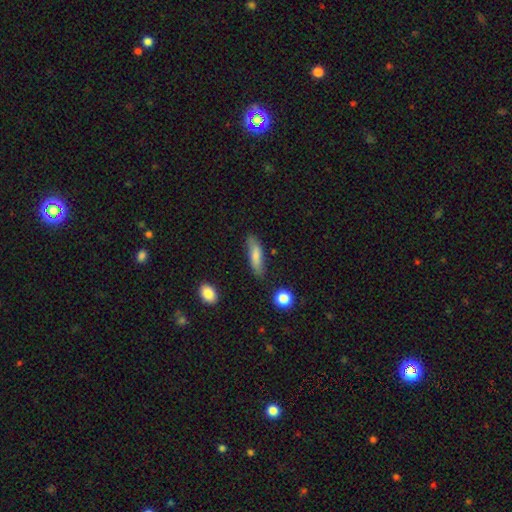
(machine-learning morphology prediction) smooth-or-featured: smooth: 77% | featured or disk: 16% | star or artifact: 7%
  how-rounded: cigar-shaped: 55% | in between: 43% | round: 3%
  merging: none: 75% | minor disturbance: 18% | major disturbance: 4% | merger: 3%